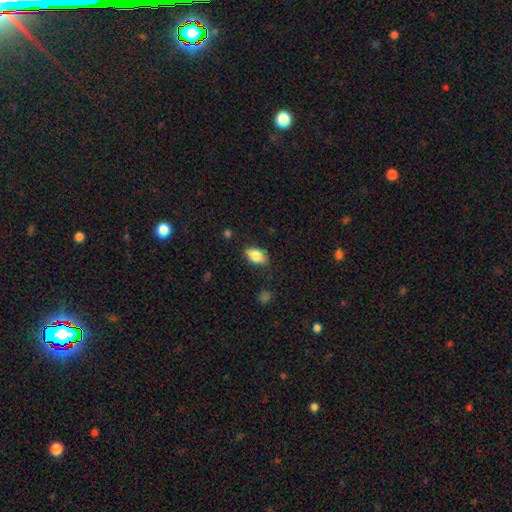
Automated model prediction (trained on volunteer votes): This appears to be a smooth galaxy with no disk features (82%) that is in between round and cigar-shaped (89%). Merging: none (82%).